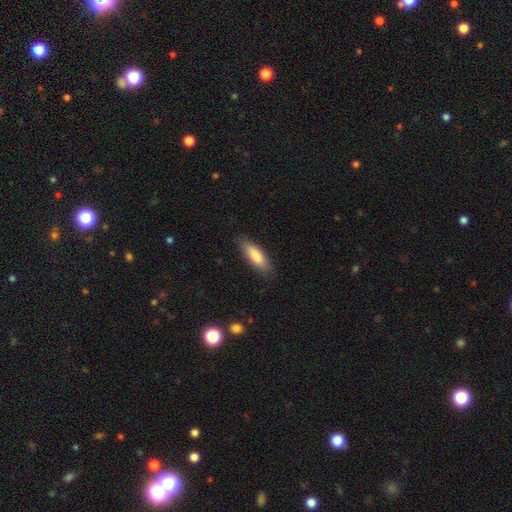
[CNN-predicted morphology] Smooth or featured? Predicted: smooth (p=0.82). How rounded? Predicted: in between (p=0.55). Merging? Predicted: none (p=0.84).